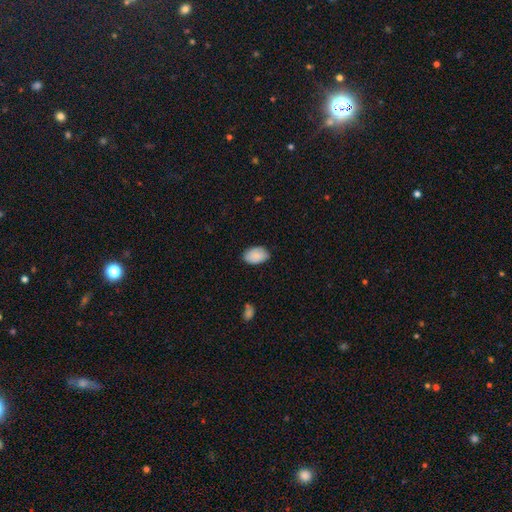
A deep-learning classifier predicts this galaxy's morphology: type=smooth (88%); roundness=in between (90%); merging=none (81%).